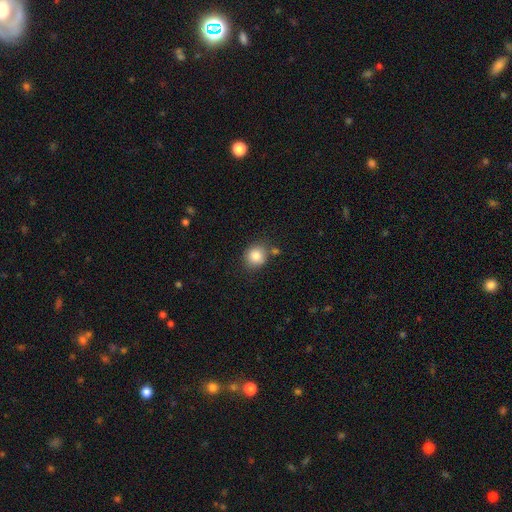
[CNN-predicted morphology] This is clearly a smooth galaxy (83%). How rounded: clearly round (82%). Merging: likely none (75%).